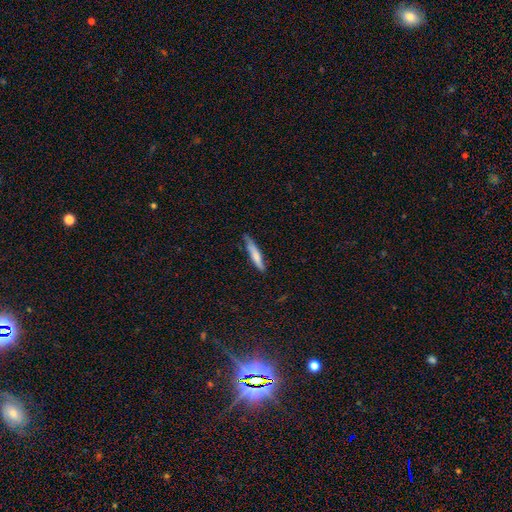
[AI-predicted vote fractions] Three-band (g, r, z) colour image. It shows a smooth galaxy with no disk features (71%) that is cigar-shaped (90%). Merging: none (71%).